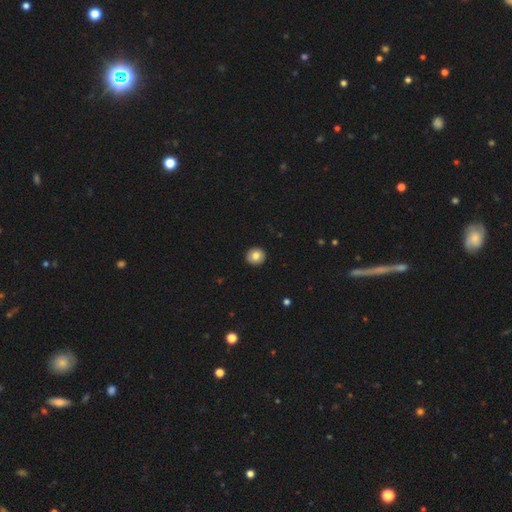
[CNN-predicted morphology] A smooth galaxy with no disk features (81%) that is round (91%). Merging: none (92%).